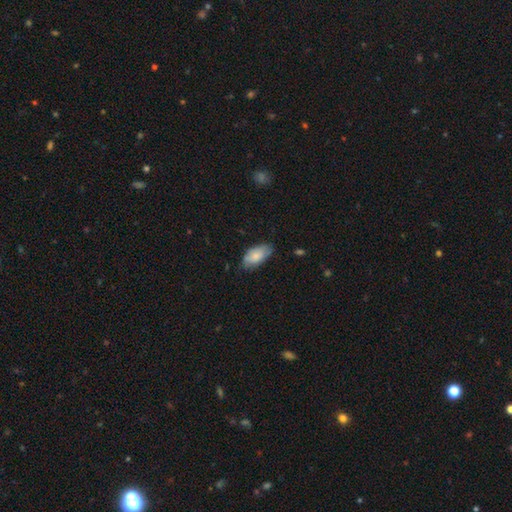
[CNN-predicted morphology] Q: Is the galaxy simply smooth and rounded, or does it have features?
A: smooth — 77%.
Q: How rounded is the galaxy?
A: in between — 93%.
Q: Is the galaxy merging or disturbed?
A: none — 63%.